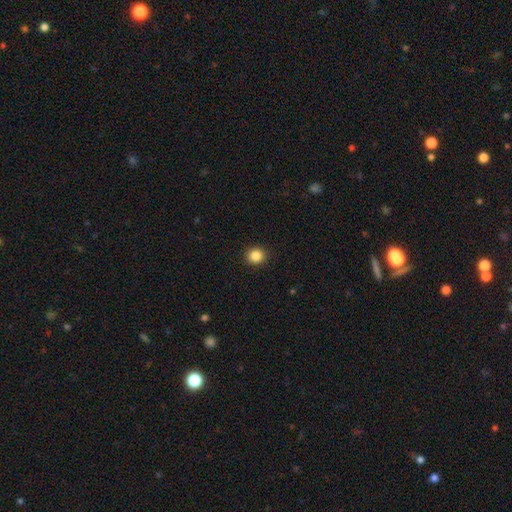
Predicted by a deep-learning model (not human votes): Smooth or featured?
  - smooth: 86% *
  - star or artifact: 10%
  - featured or disk: 4%
How rounded?
  - round: 88% *
  - in between: 11%
  - cigar-shaped: 1%
Merging?
  - none: 92% *
  - minor disturbance: 5%
  - major disturbance: 2%
  - merger: 1%